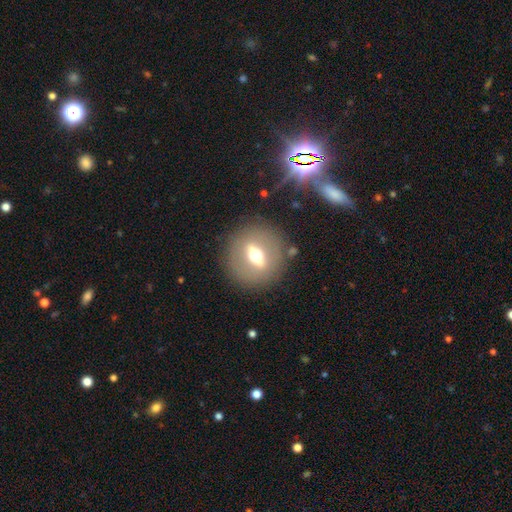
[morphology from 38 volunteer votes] featured or disk 55%, smooth 45%, star or artifact 0%. Down the decision tree: edge-on disk — yes (52%); edge-on bulge — rounded (91%); merging — none (76%).